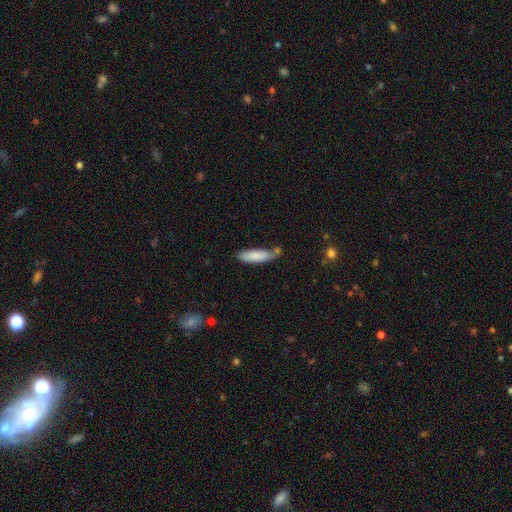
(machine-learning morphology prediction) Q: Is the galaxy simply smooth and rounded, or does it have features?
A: smooth — 83%.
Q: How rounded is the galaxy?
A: cigar-shaped — 67%.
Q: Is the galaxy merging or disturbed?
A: none — 64%.